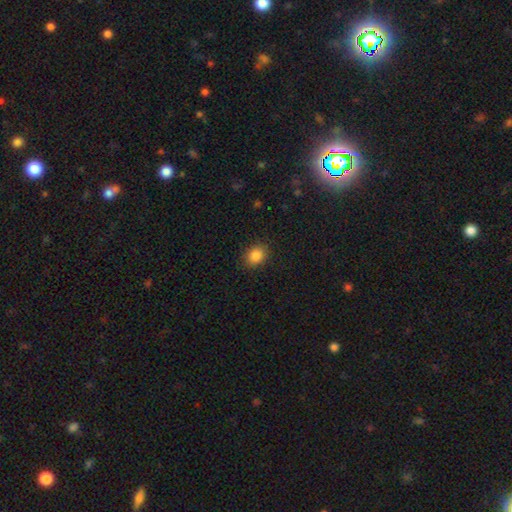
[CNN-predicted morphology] Smooth or featured? smooth (85%)
How rounded? round (54%)
Merging? none (87%)